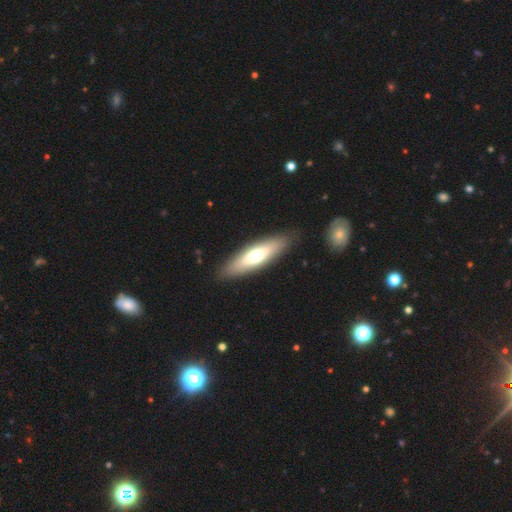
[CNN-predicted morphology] Smooth or featured? Predicted: smooth (p=0.57). How rounded? Predicted: cigar-shaped (p=0.54). Merging? Predicted: none (p=0.88).